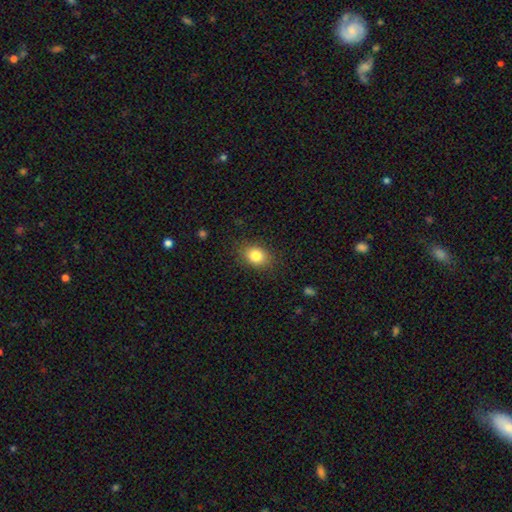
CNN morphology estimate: smooth_or_featured: smooth (p=0.83) [alt: star or artifact p=0.10]
how_rounded: in between (p=0.57) [alt: round p=0.42]
merging: none (p=0.85) [alt: minor disturbance p=0.11]